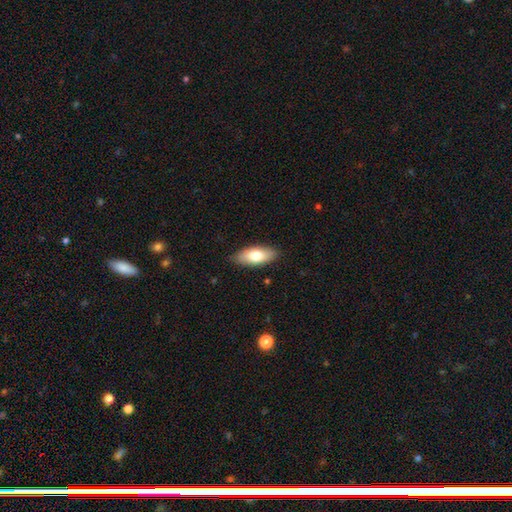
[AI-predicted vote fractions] This is likely a smooth galaxy (75%). How rounded: clearly in between (83%). Merging: clearly none (86%).